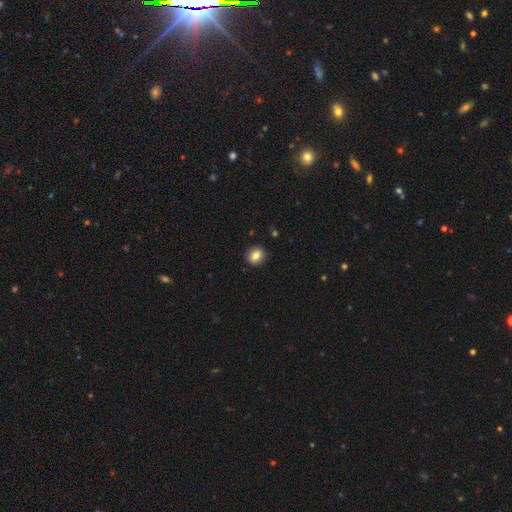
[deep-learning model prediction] Smooth or featured? smooth (82%)
How rounded? round (70%)
Merging? none (90%)